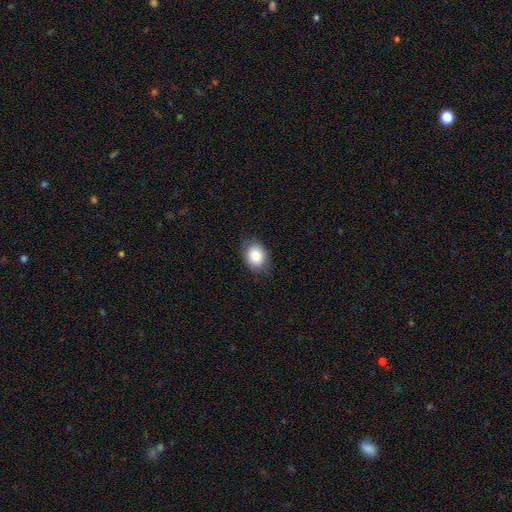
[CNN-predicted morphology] A smooth galaxy with no disk features (85%) that is in between round and cigar-shaped (64%).

Vote fractions:
- Smooth or featured? smooth: 85% / star or artifact: 8% / featured or disk: 8%
- How rounded? in between: 64% / round: 35% / cigar-shaped: 1%
- Merging? none: 81% / minor disturbance: 15% / major disturbance: 3% / merger: 1%